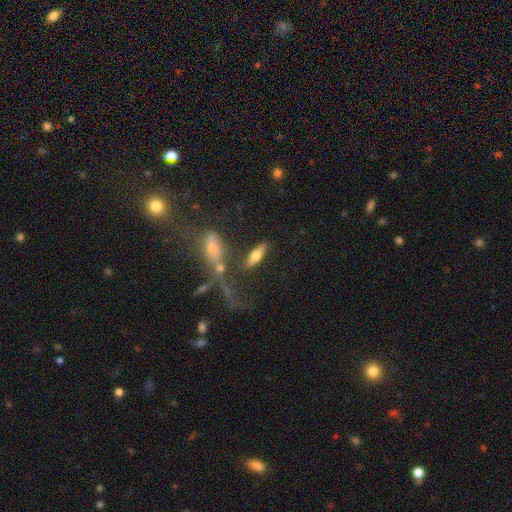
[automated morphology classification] smooth 60%, featured or disk 31%, star or artifact 9%. Down the decision tree: how rounded — in between (60%); merging — none (70%).